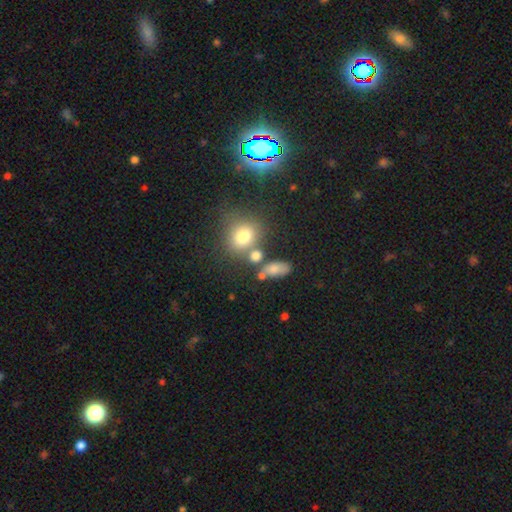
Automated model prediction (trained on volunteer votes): smooth 73%, star or artifact 15%, featured or disk 12%. Down the decision tree: how rounded — round (54%); merging — none (52%).